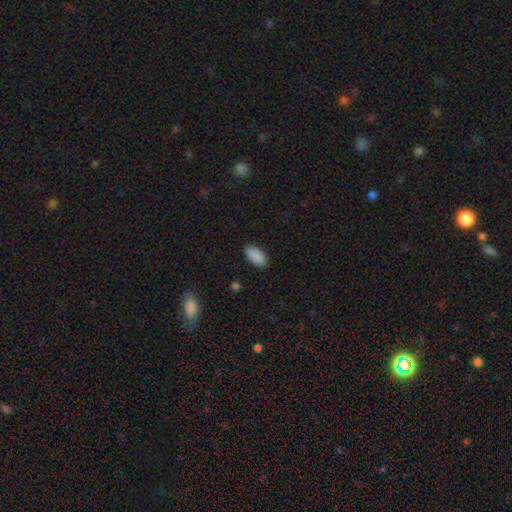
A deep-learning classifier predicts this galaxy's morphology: Q: Smooth or featured?
A: smooth (89%); runner-up: star or artifact (8%)
Q: How rounded?
A: in between (93%); runner-up: cigar-shaped (5%)
Q: Merging?
A: none (87%); runner-up: minor disturbance (9%)